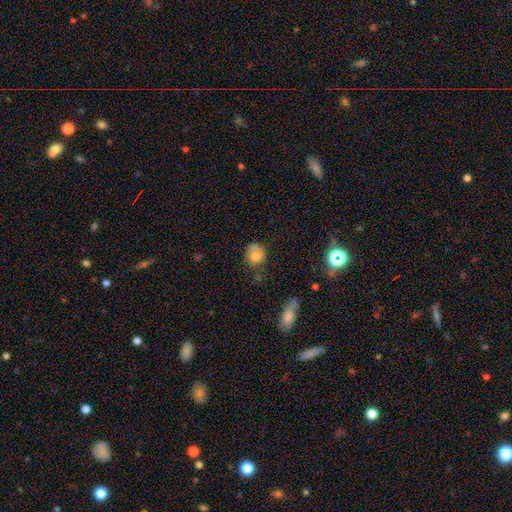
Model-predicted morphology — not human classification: smooth_or_featured: smooth (p=0.72) [alt: featured or disk p=0.17]
how_rounded: round (p=0.72) [alt: in between p=0.26]
merging: none (p=0.52) [alt: minor disturbance p=0.31]